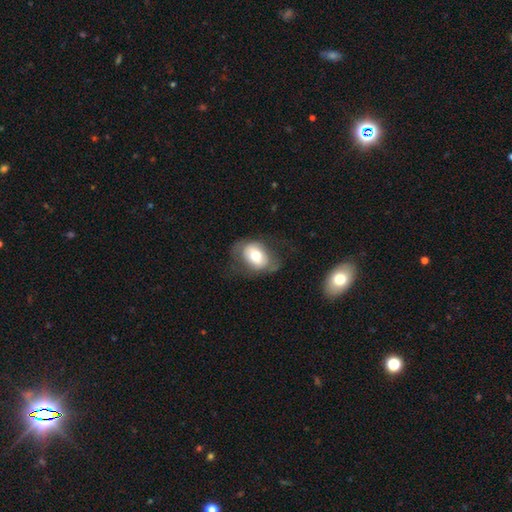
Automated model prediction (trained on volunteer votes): Overall: smooth (60%; featured or disk 33%). How rounded: in between (77%). Merging: none (56%; minor disturbance 23%).